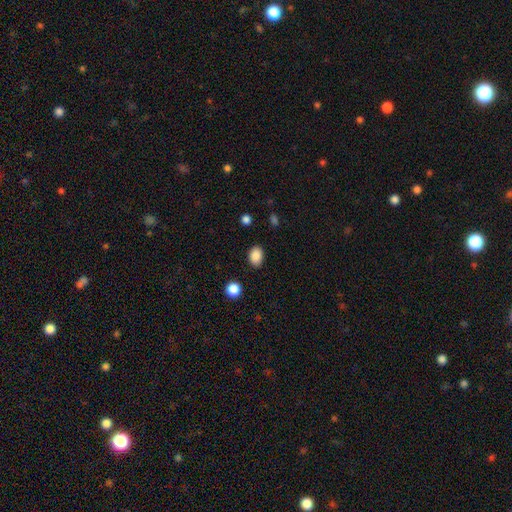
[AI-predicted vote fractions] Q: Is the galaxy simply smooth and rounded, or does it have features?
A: smooth — 87%.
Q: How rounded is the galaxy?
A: in between — 73%.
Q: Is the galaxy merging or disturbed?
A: none — 85%.